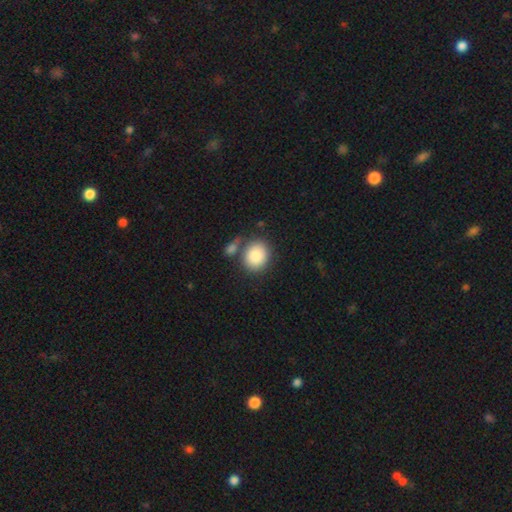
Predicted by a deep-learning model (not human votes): Overall: smooth (88%). How rounded: round (65%; in between 34%). Merging: none (64%).